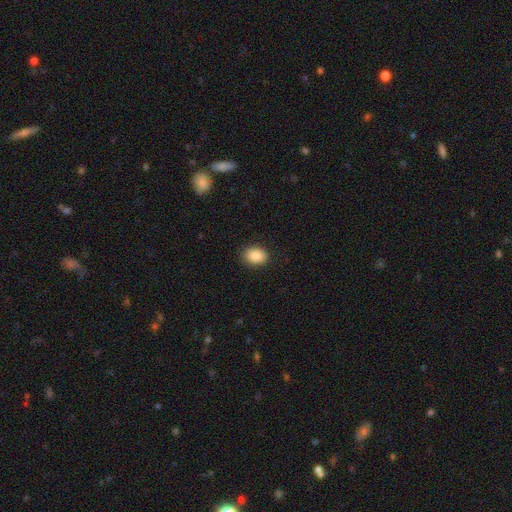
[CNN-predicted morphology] Smooth or featured? smooth (88%)
How rounded? in between (70%)
Merging? none (87%)